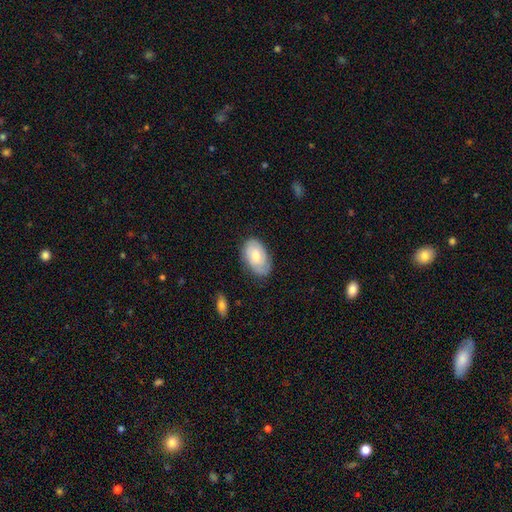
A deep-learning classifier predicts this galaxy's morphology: This appears to be a smooth galaxy with no disk features (64%) that is in between round and cigar-shaped (93%). Merging: none (73%).